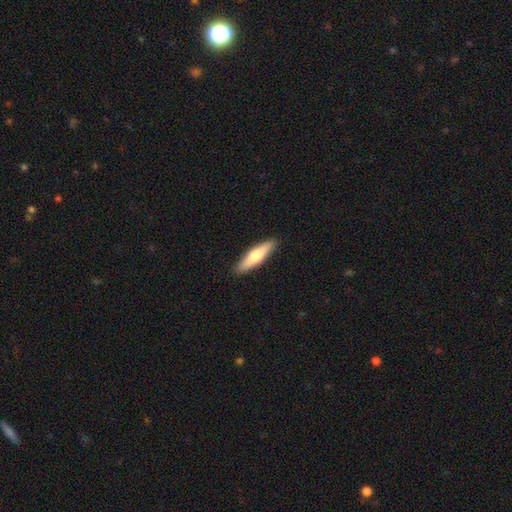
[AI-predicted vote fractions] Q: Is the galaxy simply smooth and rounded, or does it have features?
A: smooth — 61%.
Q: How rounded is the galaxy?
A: cigar-shaped — 76%.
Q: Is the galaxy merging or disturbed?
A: none — 90%.